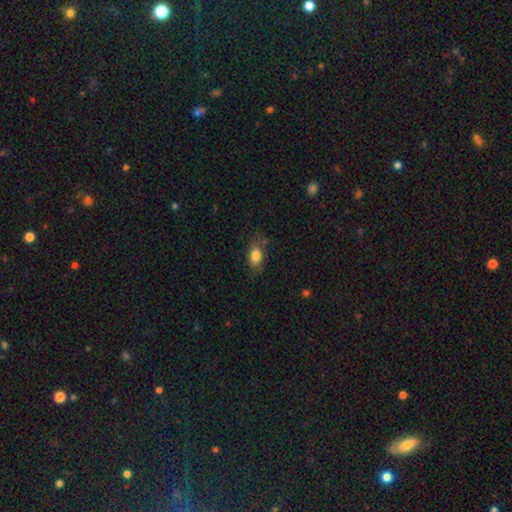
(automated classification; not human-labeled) smooth-or-featured: smooth: 81% | featured or disk: 11% | star or artifact: 8%
  how-rounded: in between: 86% | round: 11% | cigar-shaped: 3%
  merging: none: 71% | minor disturbance: 21% | major disturbance: 6% | merger: 3%